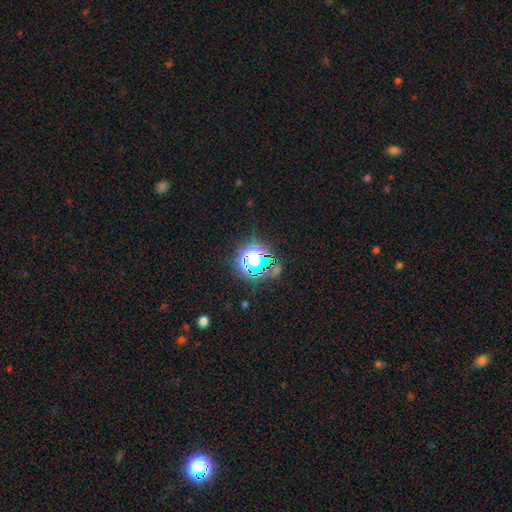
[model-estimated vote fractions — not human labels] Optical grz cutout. It shows a star or artifact, not a galaxy (62%).